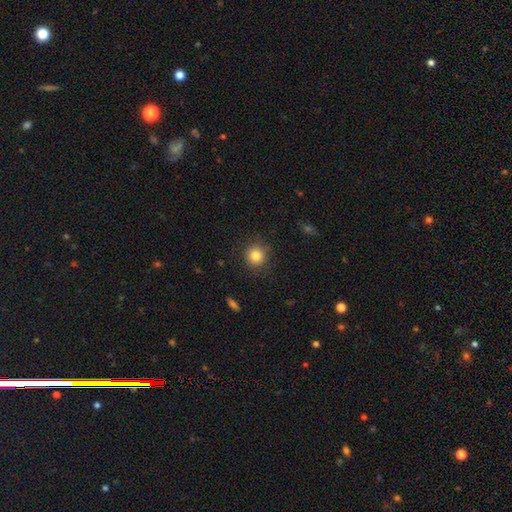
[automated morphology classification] type=smooth (82%); roundness=round (91%); merging=none (88%).